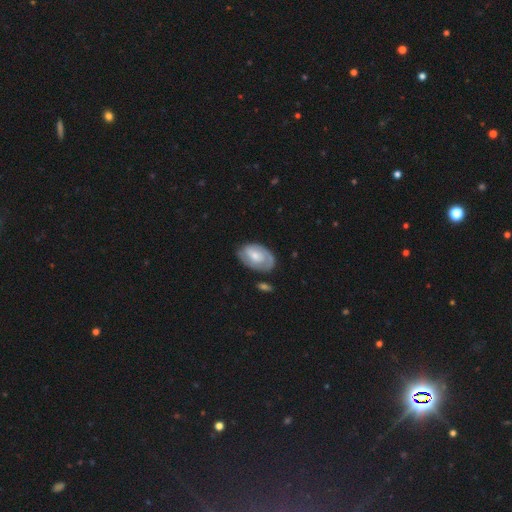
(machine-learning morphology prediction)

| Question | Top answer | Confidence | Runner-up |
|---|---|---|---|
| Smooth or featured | featured or disk | 59% | smooth (35%) |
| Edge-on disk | no | 95% | yes (5%) |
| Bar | no | 56% | weak (37%) |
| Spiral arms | yes | 78% | no (22%) |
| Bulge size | moderate | 45% | small (43%) |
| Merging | none | 65% | minor disturbance (23%) |